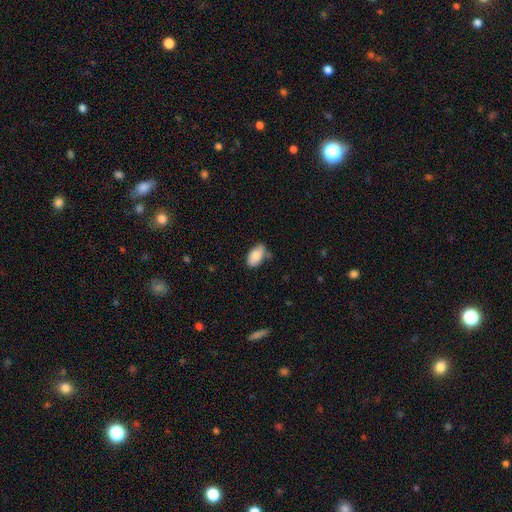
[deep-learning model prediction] Q: Smooth or featured?
A: smooth (82%); runner-up: featured or disk (11%)
Q: How rounded?
A: in between (93%); runner-up: round (5%)
Q: Merging?
A: none (67%); runner-up: minor disturbance (23%)